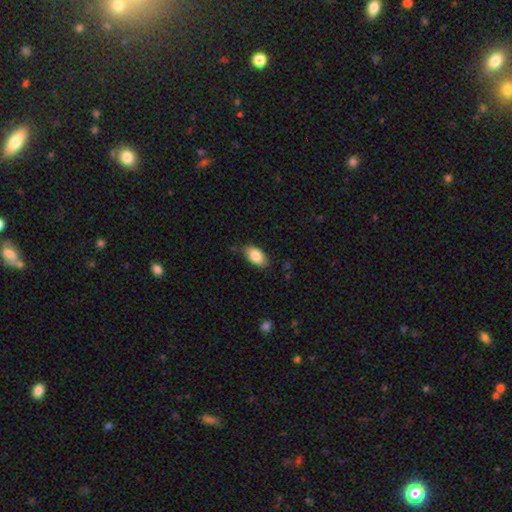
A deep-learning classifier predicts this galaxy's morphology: smooth 84%, featured or disk 9%, star or artifact 7%. Down the decision tree: how rounded — in between (93%); merging — none (77%).